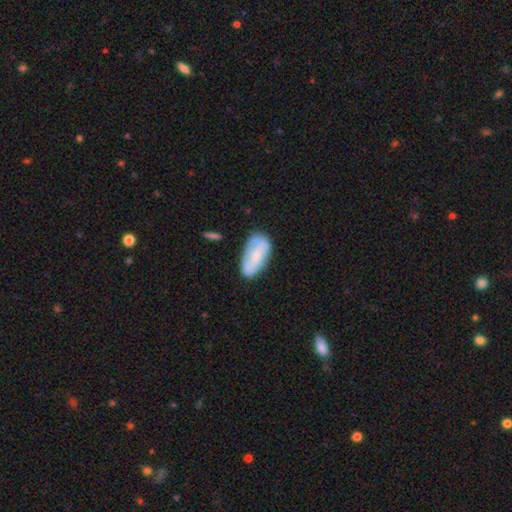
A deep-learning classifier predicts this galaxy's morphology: This is likely a smooth galaxy (63%). How rounded: clearly in between (92%). Merging: likely none (63%).